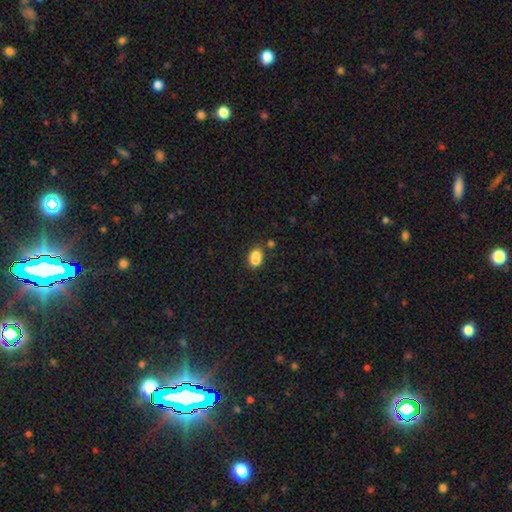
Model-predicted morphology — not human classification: Smooth or featured?
  - smooth: 77% *
  - featured or disk: 11%
  - star or artifact: 11%
How rounded?
  - in between: 64% *
  - round: 34%
  - cigar-shaped: 1%
Merging?
  - none: 43% *
  - merger: 37%
  - minor disturbance: 15%
  - major disturbance: 5%